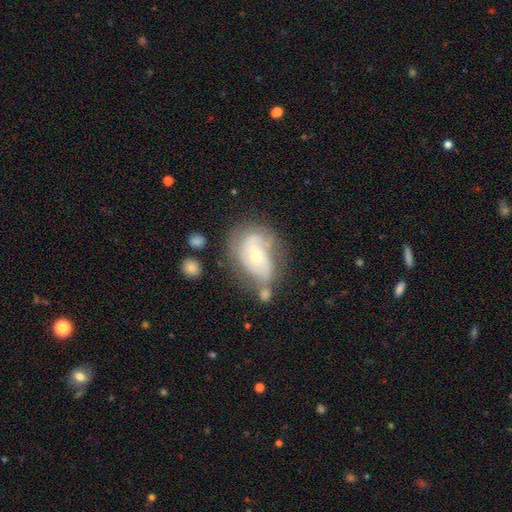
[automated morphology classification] Smooth or featured?
  - featured or disk: 67% *
  - smooth: 26%
  - star or artifact: 8%
Edge-on disk?
  - no: 95% *
  - yes: 5%
Bar?
  - no: 66% *
  - weak: 27%
  - strong: 7%
Spiral arms?
  - yes: 78% *
  - no: 22%
Bulge size?
  - small: 55% *
  - moderate: 40%
  - large: 2%
  - none: 1%
  - dominant: 1%
Merging?
  - none: 43% *
  - minor disturbance: 26%
  - major disturbance: 16%
  - merger: 15%